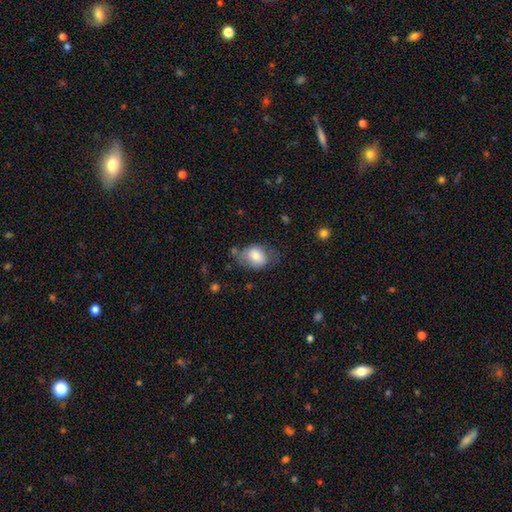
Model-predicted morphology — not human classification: A smooth galaxy with no disk features (74%) that is in between round and cigar-shaped (69%).

Vote fractions:
- Smooth or featured? smooth: 74% / featured or disk: 19% / star or artifact: 8%
- How rounded? in between: 69% / round: 30% / cigar-shaped: 1%
- Merging? none: 50% / minor disturbance: 30% / major disturbance: 15% / merger: 5%